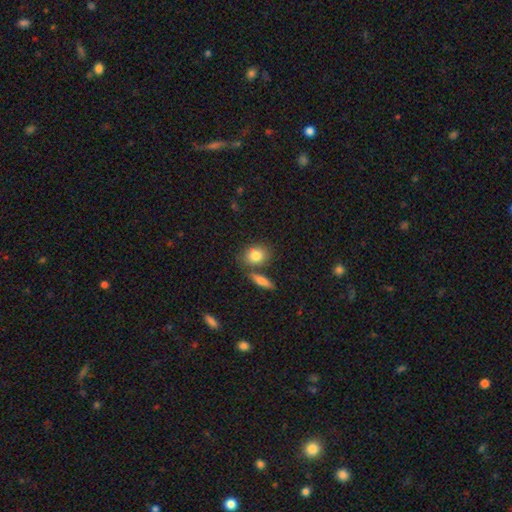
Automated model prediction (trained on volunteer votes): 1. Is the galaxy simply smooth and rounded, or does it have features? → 83% smooth, 10% featured or disk, 7% star or artifact.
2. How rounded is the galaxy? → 58% in between, 39% round, 3% cigar-shaped.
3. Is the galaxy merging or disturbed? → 65% none, 20% merger, 12% minor disturbance, 4% major disturbance.